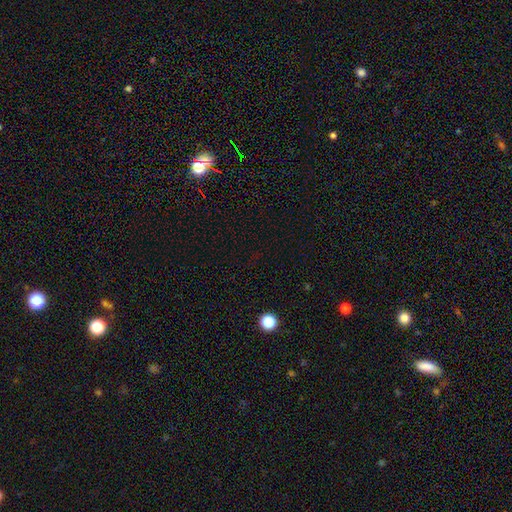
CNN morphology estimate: A star or artifact, not a galaxy (64%).

Vote fractions:
- Smooth or featured? star or artifact: 64% / smooth: 30% / featured or disk: 6%